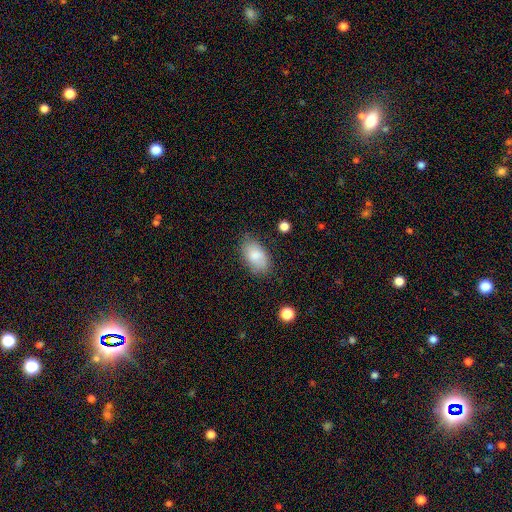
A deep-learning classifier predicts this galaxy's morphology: This is clearly a smooth galaxy (83%). How rounded: clearly in between (93%). Merging: likely none (75%).